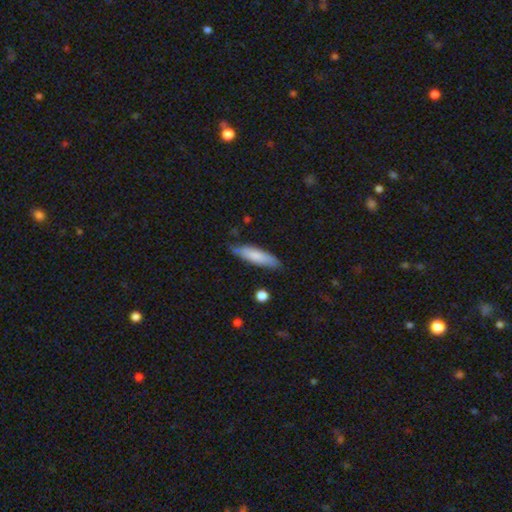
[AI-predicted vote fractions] Smooth or featured? Predicted: smooth (p=0.79). How rounded? Predicted: cigar-shaped (p=0.65). Merging? Predicted: none (p=0.70).